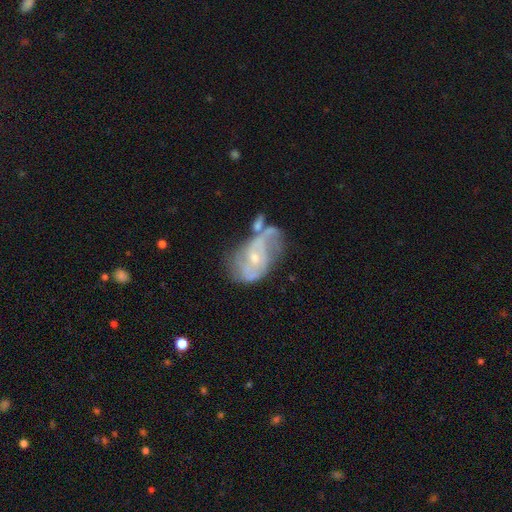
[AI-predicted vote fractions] Smooth or featured? featured or disk (75%)
Edge-on disk? no (96%)
Bar? no (59%)
Spiral arms? yes (79%)
Spiral winding? medium (40%)
Spiral arm count? 2 (49%)
Bulge size? small (64%)
Merging? none (30%)